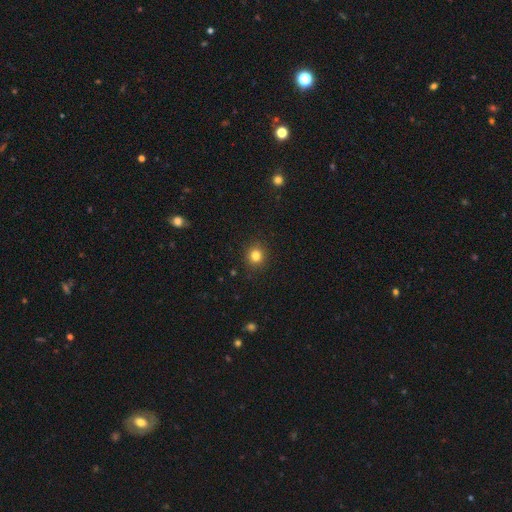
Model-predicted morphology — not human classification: A smooth galaxy with no disk features (83%) that is round (90%). Merging: none (91%).